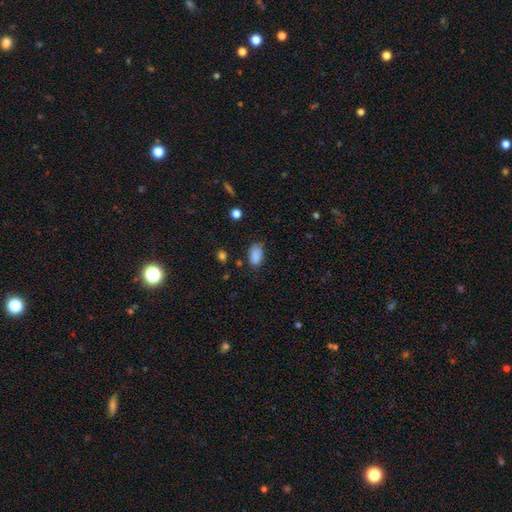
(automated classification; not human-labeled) smooth-or-featured: smooth: 87% | star or artifact: 9% | featured or disk: 4%
  how-rounded: in between: 90% | round: 8% | cigar-shaped: 2%
  merging: none: 69% | minor disturbance: 24% | major disturbance: 5% | merger: 2%